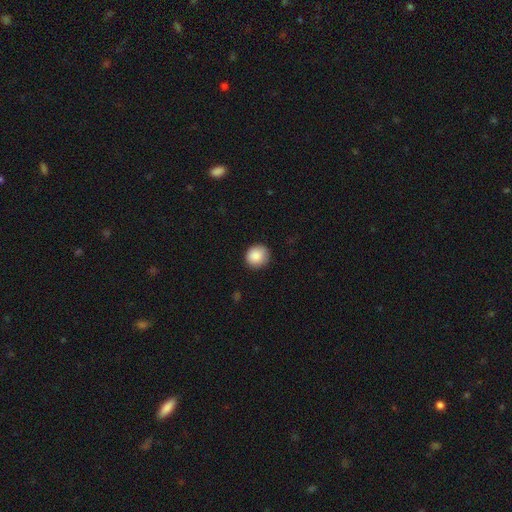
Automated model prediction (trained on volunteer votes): Smooth or featured: smooth — 89% (star or artifact — 8%)
How rounded: round — 91% (in between — 8%)
Merging: none — 86% (minor disturbance — 11%)